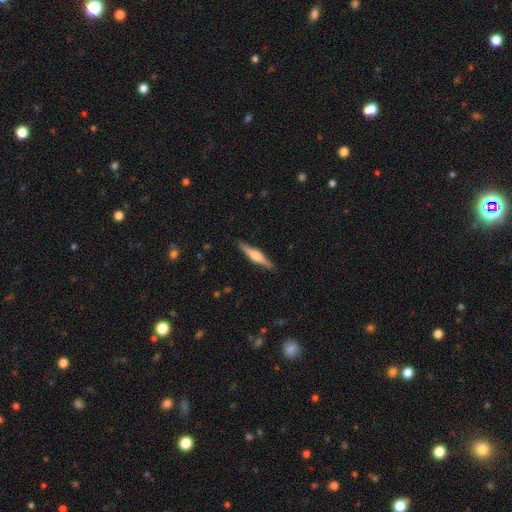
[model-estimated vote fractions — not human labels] smooth_or_featured: featured or disk (p=0.58) [alt: smooth p=0.37]
disk_edge_on: yes (p=0.97) [alt: no p=0.03]
edge_on_bulge: rounded (p=0.73) [alt: boxy p=0.20]
merging: none (p=0.89) [alt: minor disturbance p=0.08]